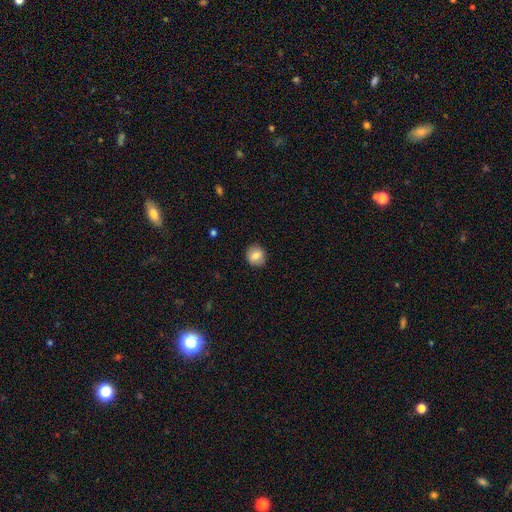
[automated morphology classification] The model was most divided on "smooth or featured": smooth: 78%, featured or disk: 14%, star or artifact: 9%. More confident: merging — none (89%); how rounded — round (85%).